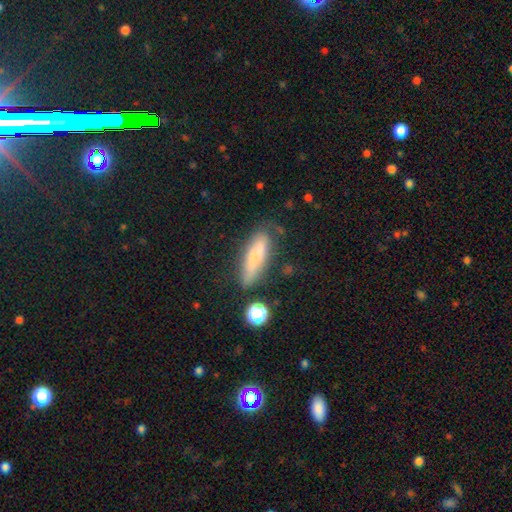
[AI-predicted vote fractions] This is likely a smooth galaxy (68%). How rounded: likely cigar-shaped (66%). Merging: likely none (64%).